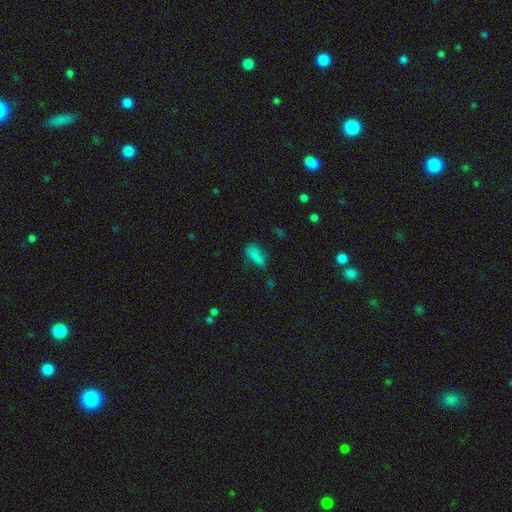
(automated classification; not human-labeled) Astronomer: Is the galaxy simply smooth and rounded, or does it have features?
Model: smooth — 80%.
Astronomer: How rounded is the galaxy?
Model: in between — 71%.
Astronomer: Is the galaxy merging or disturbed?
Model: none — 53% (runner-up: minor disturbance, 28%).